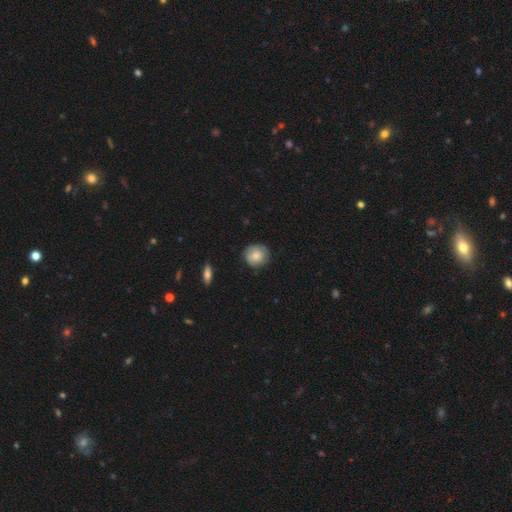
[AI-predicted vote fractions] This appears to be a smooth galaxy with no disk features (80%) that is round (87%). Merging: none (79%).